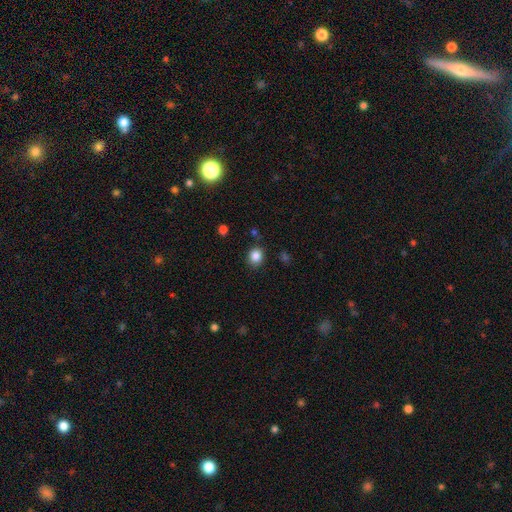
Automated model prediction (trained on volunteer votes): This is clearly a smooth galaxy (85%). How rounded: likely round (75%). Merging: clearly none (85%).